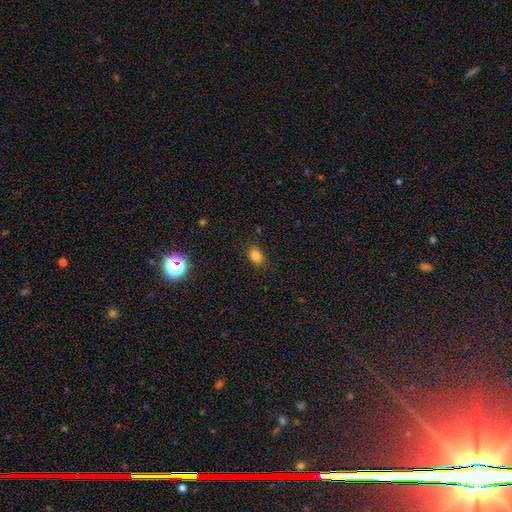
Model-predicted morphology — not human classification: Smooth or featured?
  - smooth: 82% *
  - star or artifact: 12%
  - featured or disk: 6%
How rounded?
  - in between: 79% *
  - round: 19%
  - cigar-shaped: 2%
Merging?
  - none: 86% *
  - minor disturbance: 10%
  - major disturbance: 3%
  - merger: 1%